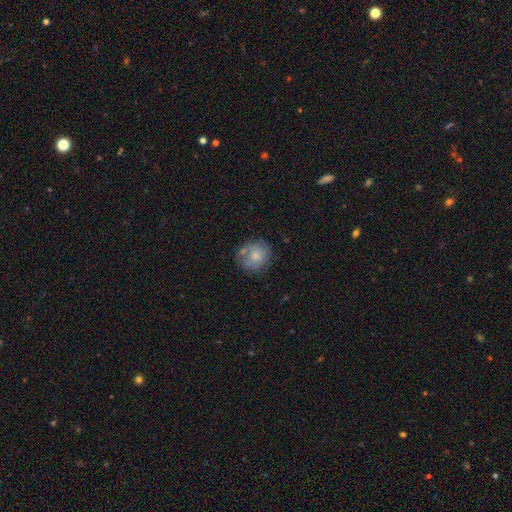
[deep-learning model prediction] smooth 66%, featured or disk 26%, star or artifact 8%. Down the decision tree: how rounded — round (80%); merging — none (59%).